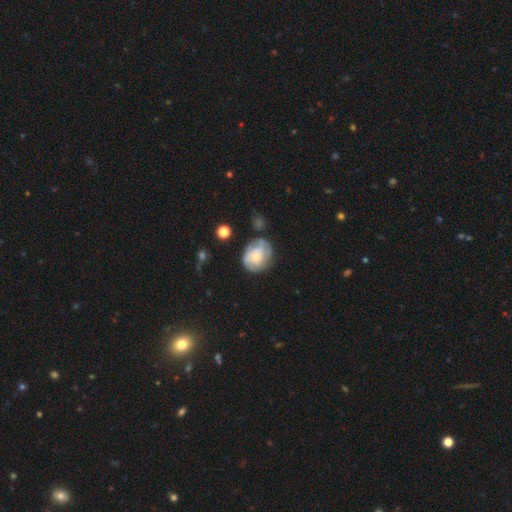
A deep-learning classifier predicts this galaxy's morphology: Smooth or featured: featured or disk — 60% (smooth — 32%)
Edge-on disk: no — 98% (yes — 2%)
Bar: no — 76% (weak — 21%)
Spiral arms: yes — 81% (no — 19%)
Bulge size: small — 57% (moderate — 32%)
Merging: none — 56% (minor disturbance — 25%)